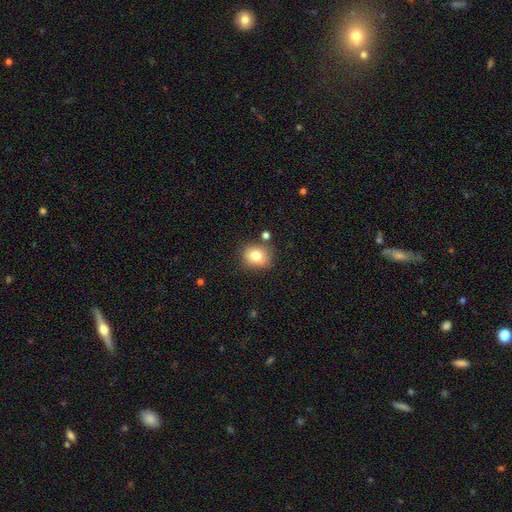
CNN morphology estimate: smooth 79%, featured or disk 11%, star or artifact 11%. Down the decision tree: how rounded — round (68%); merging — none (74%).